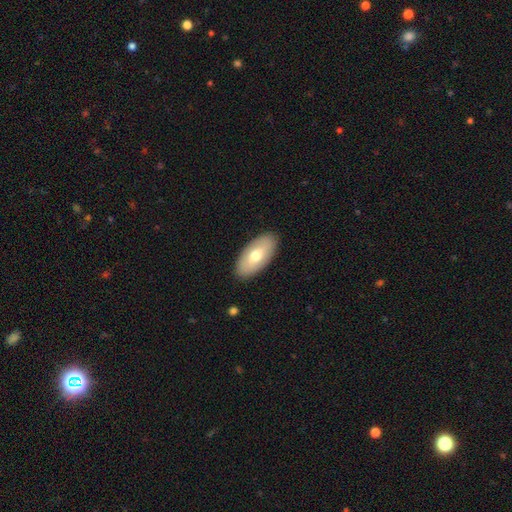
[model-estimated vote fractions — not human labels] Morphology: type=smooth (66%); roundness=in between (94%); merging=none (88%).